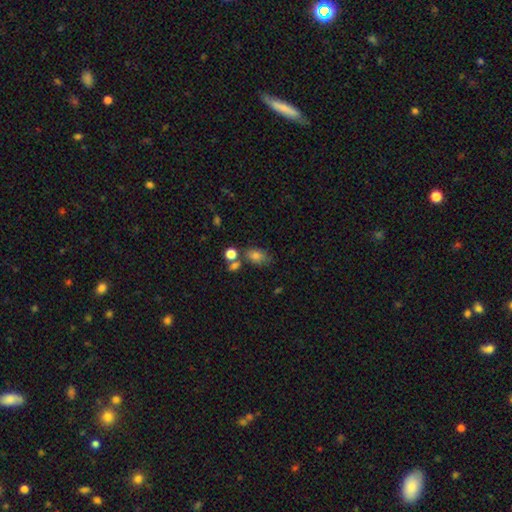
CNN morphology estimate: smooth_or_featured: smooth (p=0.78) [alt: star or artifact p=0.12]
how_rounded: in between (p=0.77) [alt: round p=0.21]
merging: none (p=0.59) [alt: merger p=0.19]